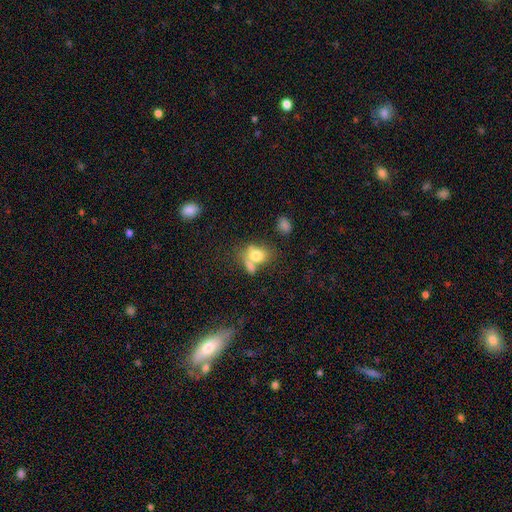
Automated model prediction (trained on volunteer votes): smooth_or_featured: smooth (p=0.75) [alt: featured or disk p=0.16]
how_rounded: in between (p=0.69) [alt: round p=0.29]
merging: merger (p=0.41) [alt: none p=0.34]